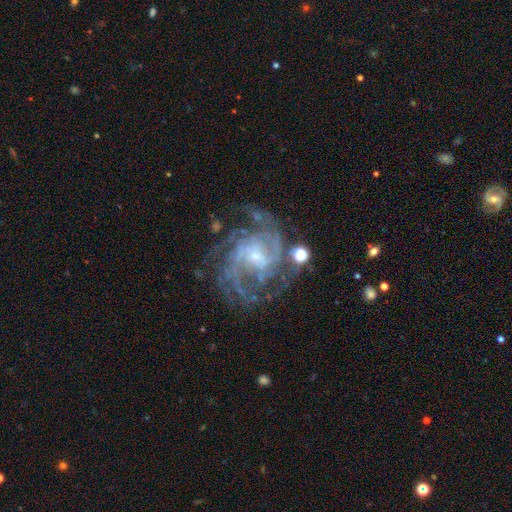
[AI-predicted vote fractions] Overall: featured or disk (88%). Edge-on disk: no (98%). Bar: no (48%; weak 41%). Spiral arms: yes (96%). Spiral arm count: can't tell (23%; 3 22%). Spiral winding: medium (46%; tight 42%). Bulge size: small (75%). Merging: none (65%).